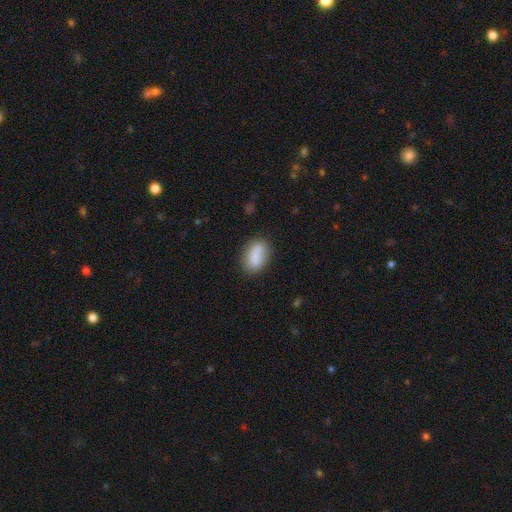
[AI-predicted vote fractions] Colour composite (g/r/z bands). It shows a smooth galaxy with no disk features (82%) that is in between round and cigar-shaped (86%). Merging: none (69%).